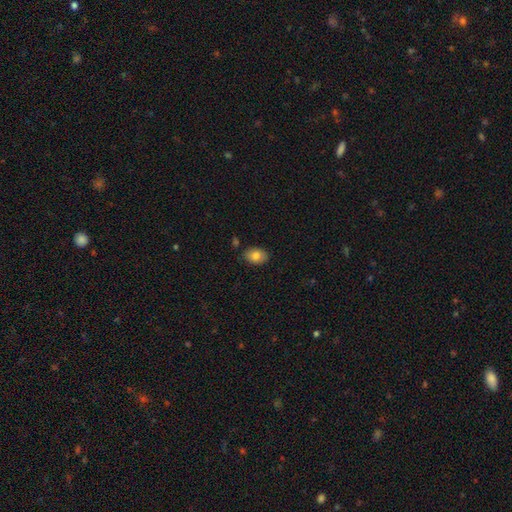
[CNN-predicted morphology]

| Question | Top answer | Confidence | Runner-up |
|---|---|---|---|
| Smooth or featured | smooth | 82% | featured or disk (11%) |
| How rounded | in between | 83% | round (16%) |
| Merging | none | 83% | minor disturbance (12%) |